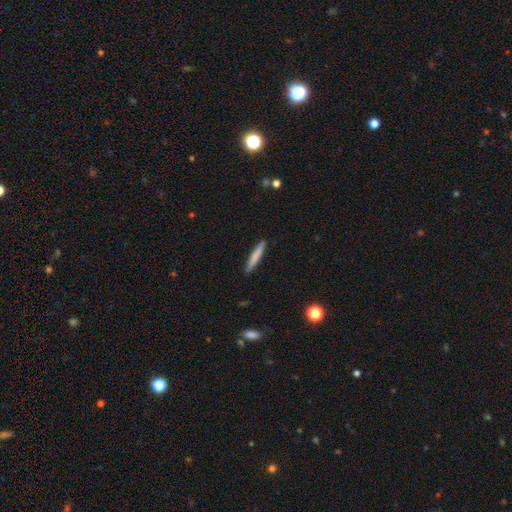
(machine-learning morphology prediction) Smooth or featured: smooth — 77% (featured or disk — 17%)
How rounded: cigar-shaped — 94% (in between — 5%)
Merging: none — 90% (minor disturbance — 7%)